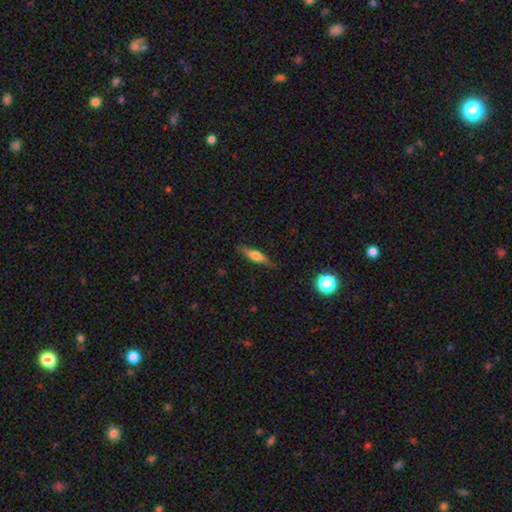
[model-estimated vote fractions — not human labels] Morphology: type=smooth (49%); merging=none (84%).